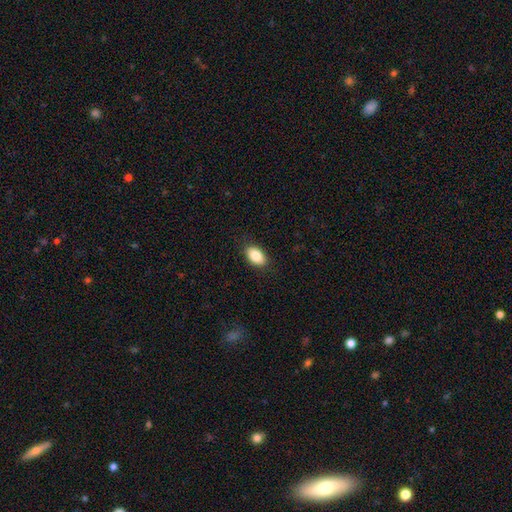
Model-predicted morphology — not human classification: smooth_or_featured: smooth (p=0.85) [alt: featured or disk p=0.08]
how_rounded: in between (p=0.91) [alt: round p=0.07]
merging: none (p=0.88) [alt: minor disturbance p=0.09]